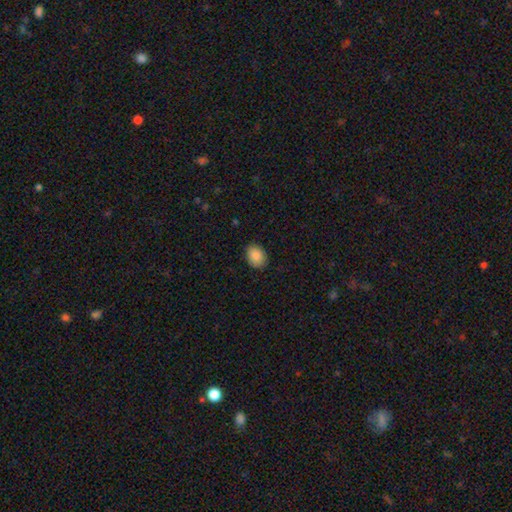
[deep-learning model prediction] smooth_or_featured: smooth (p=0.88) [alt: star or artifact p=0.08]
how_rounded: in between (p=0.67) [alt: round p=0.32]
merging: none (p=0.86) [alt: minor disturbance p=0.11]